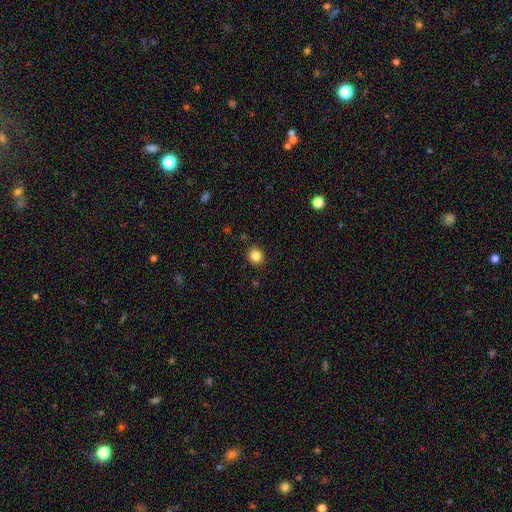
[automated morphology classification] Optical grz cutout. It shows a smooth galaxy with no disk features (85%) that is round (83%). Merging: none (90%).